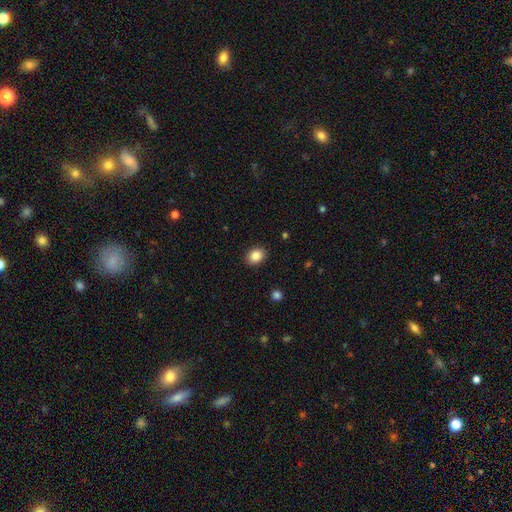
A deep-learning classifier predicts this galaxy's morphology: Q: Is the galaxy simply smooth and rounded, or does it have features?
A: smooth — 86%.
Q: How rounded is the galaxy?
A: in between — 50%.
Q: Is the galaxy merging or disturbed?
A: none — 90%.